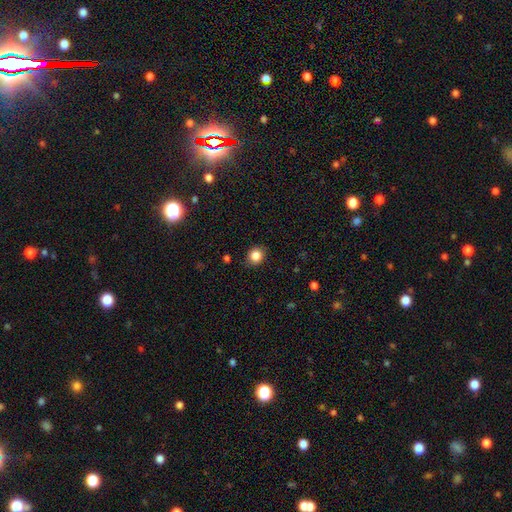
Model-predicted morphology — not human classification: smooth_or_featured: smooth (p=0.84) [alt: star or artifact p=0.11]
how_rounded: round (p=0.75) [alt: in between p=0.24]
merging: none (p=0.87) [alt: minor disturbance p=0.09]